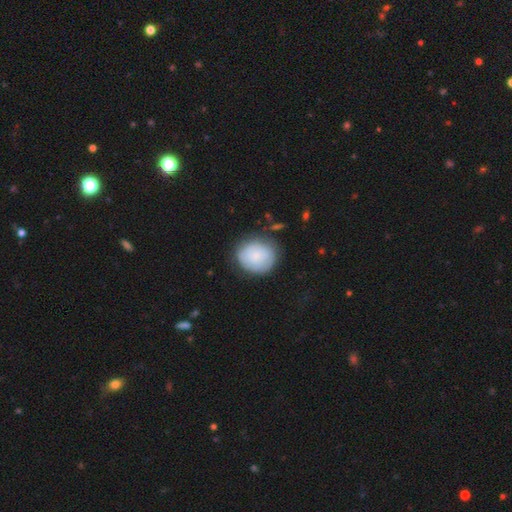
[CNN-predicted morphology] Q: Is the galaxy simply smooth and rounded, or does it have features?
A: smooth — 69%.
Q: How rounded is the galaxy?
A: round — 77%.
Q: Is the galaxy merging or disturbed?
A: none — 72%.